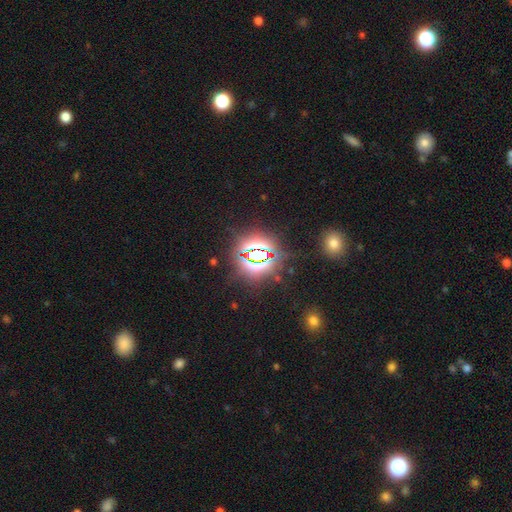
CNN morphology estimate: smooth-or-featured: star or artifact: 80% | smooth: 12% | featured or disk: 8%